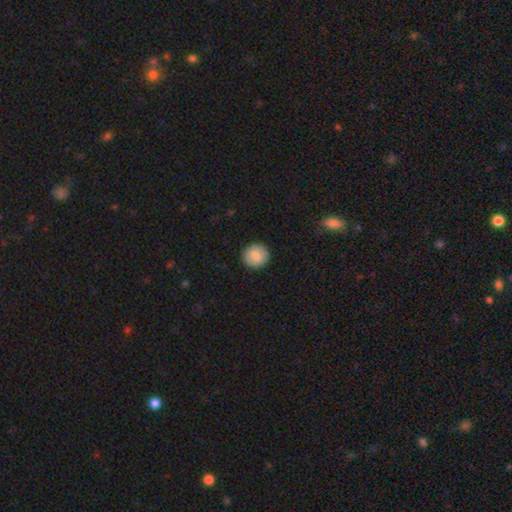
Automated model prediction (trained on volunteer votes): Smooth or featured: smooth — 82% (featured or disk — 11%)
How rounded: round — 93% (in between — 6%)
Merging: none — 92% (minor disturbance — 6%)